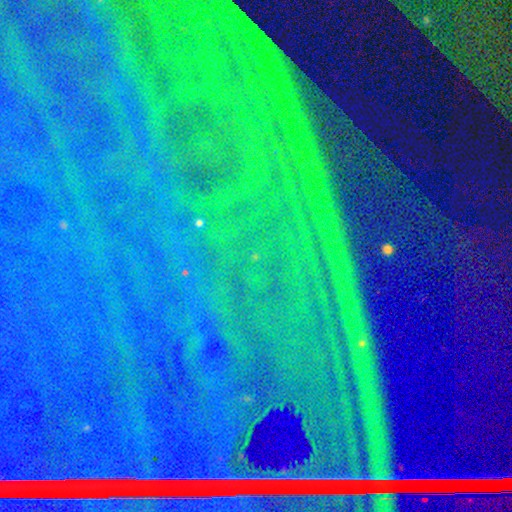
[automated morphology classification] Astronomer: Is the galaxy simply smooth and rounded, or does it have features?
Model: star or artifact — 87%.